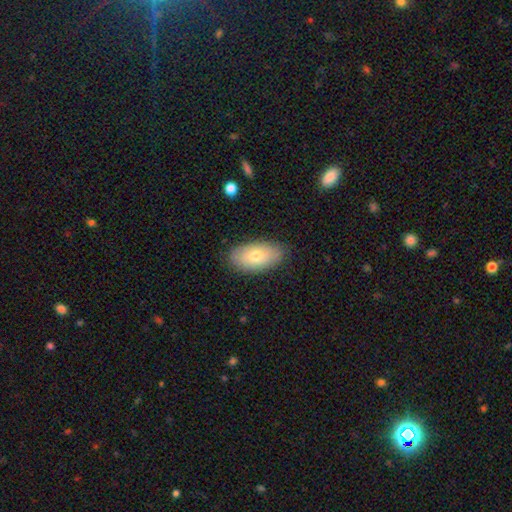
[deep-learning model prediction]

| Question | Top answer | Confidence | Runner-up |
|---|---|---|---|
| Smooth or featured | smooth | 71% | featured or disk (23%) |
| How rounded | in between | 94% | round (4%) |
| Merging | none | 82% | minor disturbance (14%) |